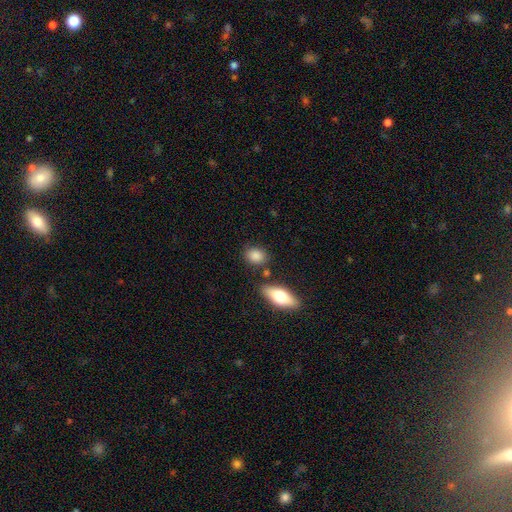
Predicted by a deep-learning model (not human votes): Smooth or featured? smooth (85%)
How rounded? in between (49%)
Merging? none (77%)